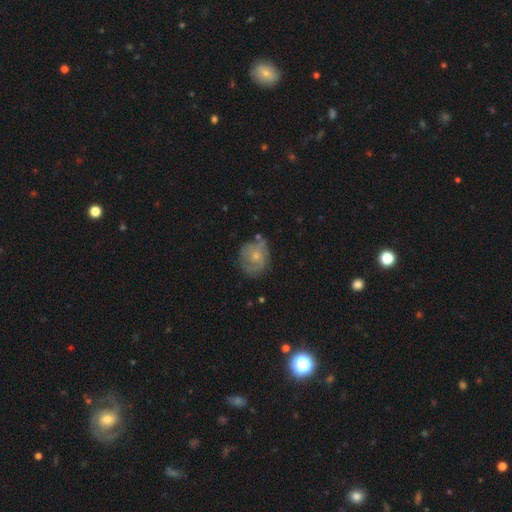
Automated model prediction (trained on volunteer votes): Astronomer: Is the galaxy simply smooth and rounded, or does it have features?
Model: featured or disk — 55% (runner-up: smooth, 38%).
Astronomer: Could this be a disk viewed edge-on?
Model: no — 97%.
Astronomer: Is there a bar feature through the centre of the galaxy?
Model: no — 79%.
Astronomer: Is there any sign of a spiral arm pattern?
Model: yes — 68%.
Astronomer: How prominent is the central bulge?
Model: small — 55% (runner-up: moderate, 38%).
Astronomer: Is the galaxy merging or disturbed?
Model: none — 59%.